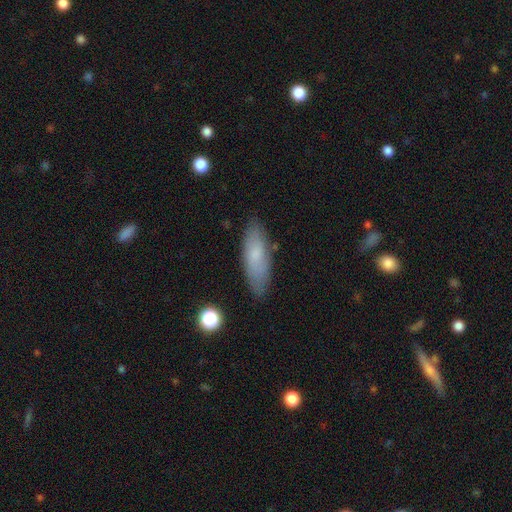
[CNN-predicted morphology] Smooth or featured? smooth (73%)
How rounded? in between (56%)
Merging? none (82%)